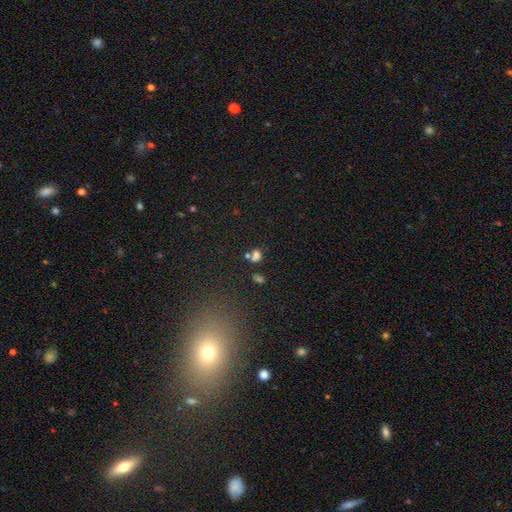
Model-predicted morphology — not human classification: Overall: smooth (62%; star or artifact 27%). How rounded: round (49%, tied with in between). Merging: none (46%; merger 36%).